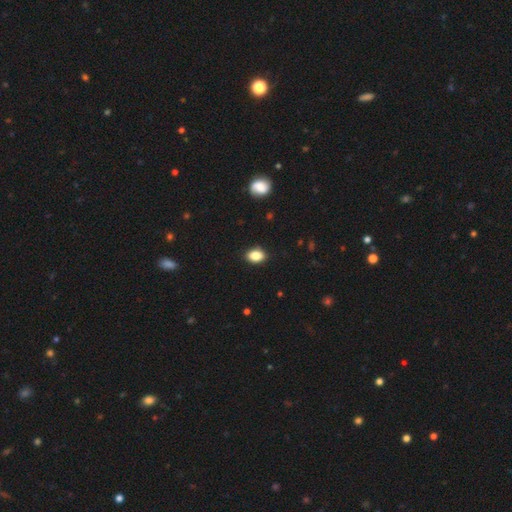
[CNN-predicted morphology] A smooth galaxy with no disk features (86%) that is in between round and cigar-shaped (82%).

Vote fractions:
- Smooth or featured? smooth: 86% / star or artifact: 8% / featured or disk: 6%
- How rounded? in between: 82% / round: 17% / cigar-shaped: 2%
- Merging? none: 87% / minor disturbance: 10% / major disturbance: 2% / merger: 1%